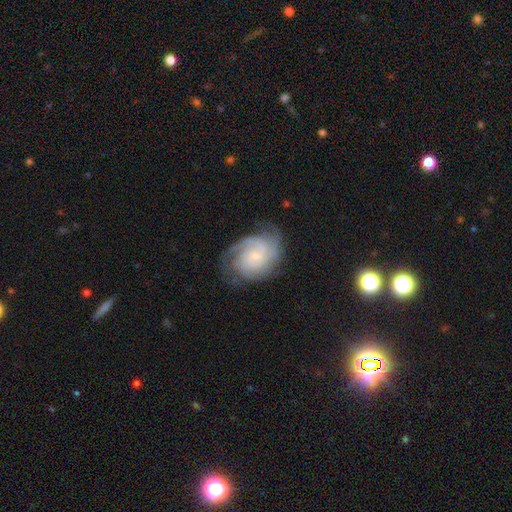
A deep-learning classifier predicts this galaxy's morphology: Smooth or featured: featured or disk — 81% (smooth — 12%)
Edge-on disk: no — 98% (yes — 2%)
Bar: no — 68% (weak — 28%)
Spiral arms: yes — 96% (no — 4%)
Spiral winding: tight — 60% (medium — 32%)
Spiral arm count: can't tell — 29% (3 — 28%)
Bulge size: small — 70% (moderate — 20%)
Merging: none — 69% (minor disturbance — 20%)